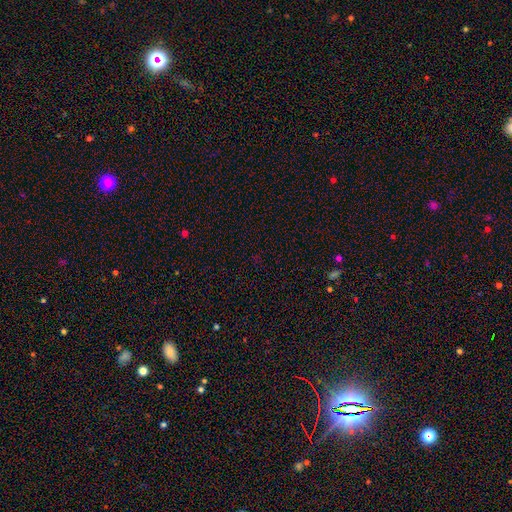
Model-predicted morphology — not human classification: This appears to be a star or artifact, not a galaxy (69%).